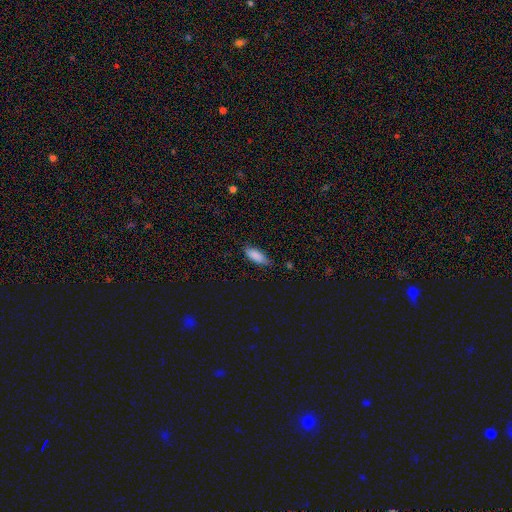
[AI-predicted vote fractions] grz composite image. It shows a smooth galaxy with no disk features (87%) that is in between round and cigar-shaped (70%). Merging: none (74%).